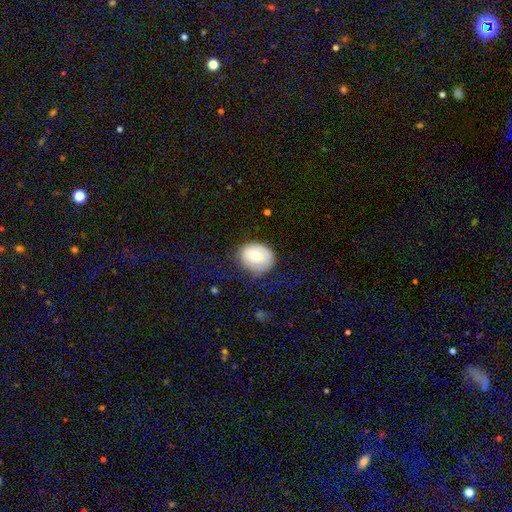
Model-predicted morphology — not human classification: The model was most divided on "how rounded": round: 59%, in between: 40%, cigar-shaped: 1%. More confident: smooth or featured — smooth (71%); merging — none (68%).